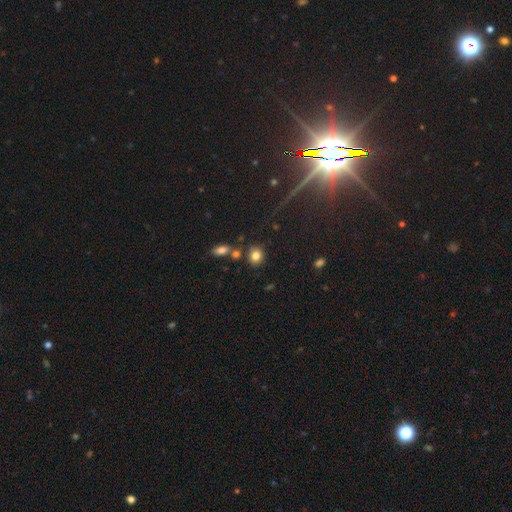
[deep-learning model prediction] Q: Smooth or featured?
A: smooth (80%); runner-up: star or artifact (11%)
Q: How rounded?
A: round (67%); runner-up: in between (31%)
Q: Merging?
A: none (76%); runner-up: minor disturbance (11%)